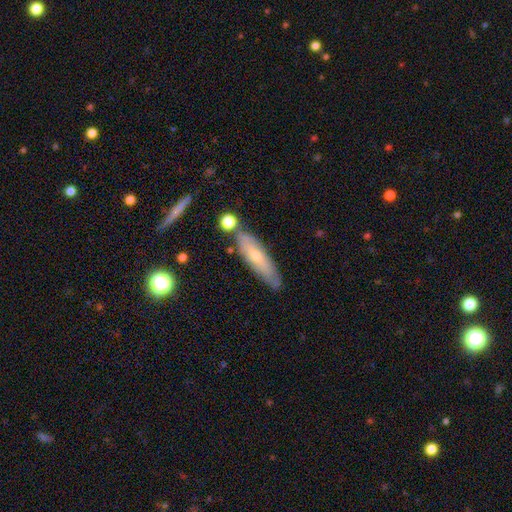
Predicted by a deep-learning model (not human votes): Smooth or featured? smooth (52%)
How rounded? cigar-shaped (71%)
Merging? none (71%)